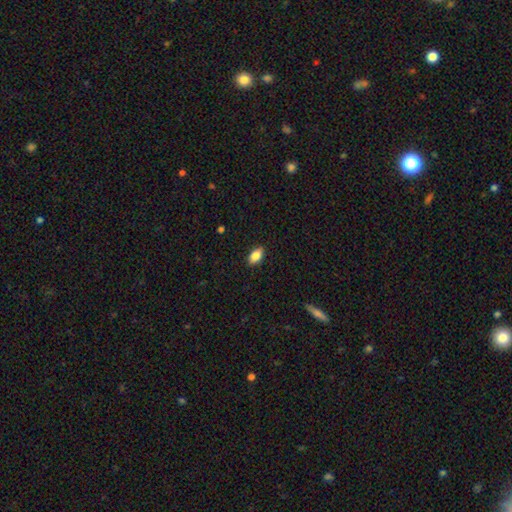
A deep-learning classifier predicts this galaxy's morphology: Q: Smooth or featured?
A: smooth (84%); runner-up: featured or disk (8%)
Q: How rounded?
A: in between (90%); runner-up: cigar-shaped (5%)
Q: Merging?
A: none (89%); runner-up: minor disturbance (8%)